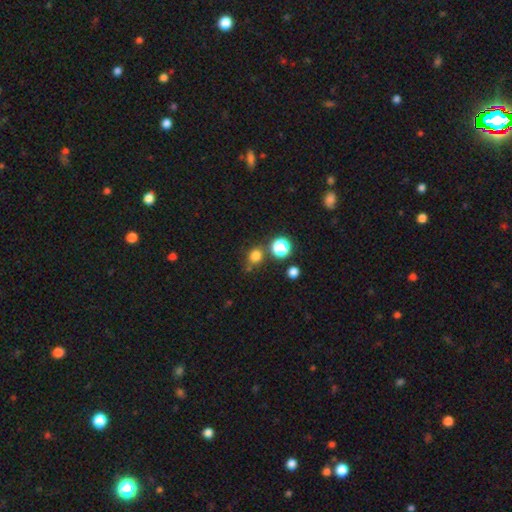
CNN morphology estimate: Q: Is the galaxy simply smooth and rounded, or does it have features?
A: smooth — 77%.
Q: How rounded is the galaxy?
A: round — 76%.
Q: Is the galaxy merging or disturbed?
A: none — 73%.